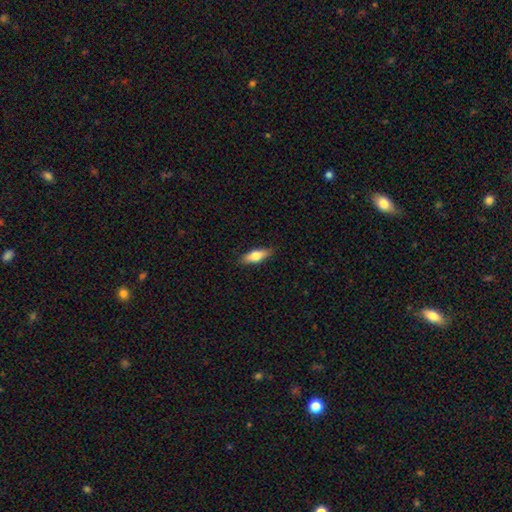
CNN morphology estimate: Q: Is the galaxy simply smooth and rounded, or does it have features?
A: smooth — 70%.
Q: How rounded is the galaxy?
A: in between — 60%.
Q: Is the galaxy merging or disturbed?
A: none — 87%.